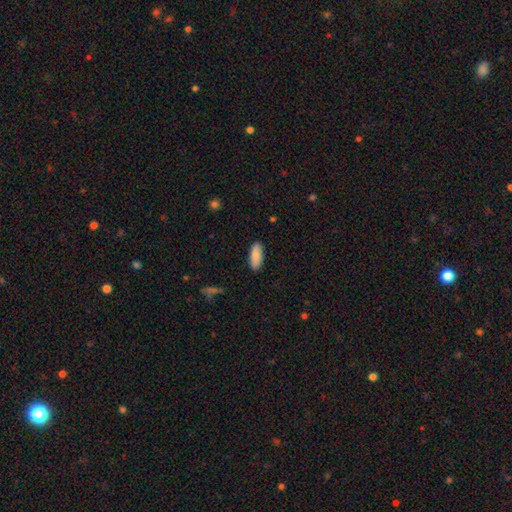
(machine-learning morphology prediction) A smooth galaxy with no disk features (86%) that is in between round and cigar-shaped (82%).

Vote fractions:
- Smooth or featured? smooth: 86% / featured or disk: 8% / star or artifact: 6%
- How rounded? in between: 82% / cigar-shaped: 16% / round: 2%
- Merging? none: 88% / minor disturbance: 9% / major disturbance: 2% / merger: 1%